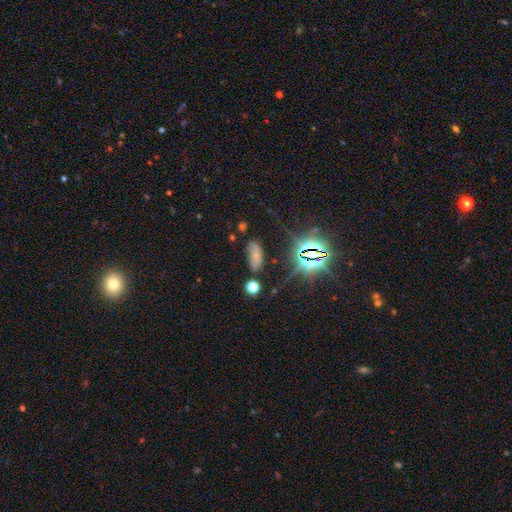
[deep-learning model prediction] Morphology: type=smooth (61%); roundness=in between (83%); merging=none (66%).